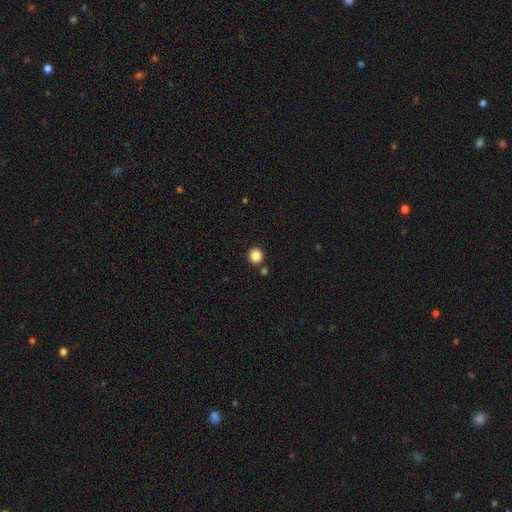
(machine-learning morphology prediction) This appears to be a smooth galaxy with no disk features (86%) that is round (86%). Merging: none (84%).